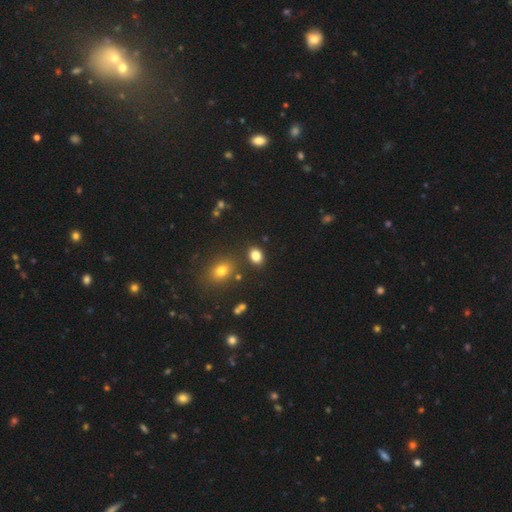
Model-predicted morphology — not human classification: This is clearly a smooth galaxy (84%). How rounded: likely in between (69%). Merging: clearly none (83%).